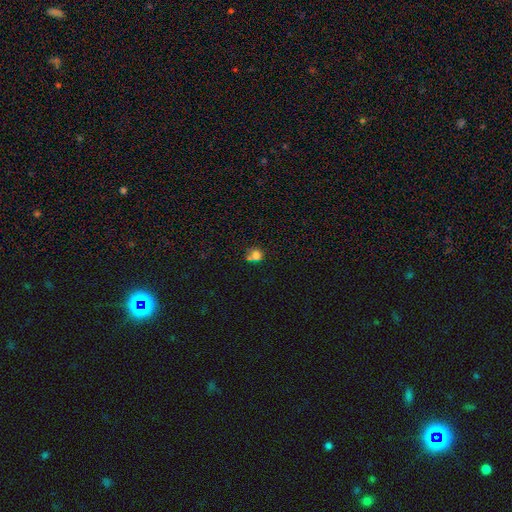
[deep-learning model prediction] Overall: smooth (76%). How rounded: round (76%). Merging: none (46%; merger 32%).